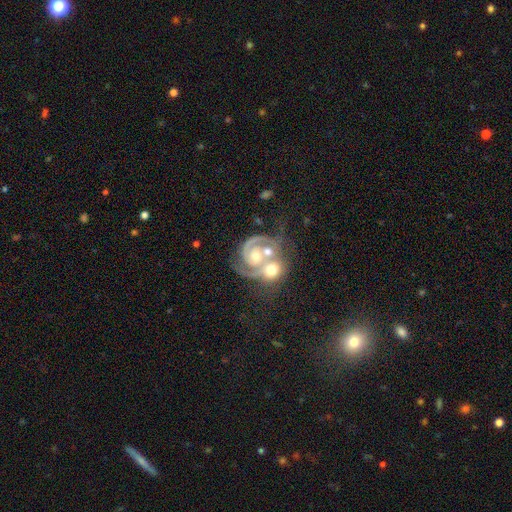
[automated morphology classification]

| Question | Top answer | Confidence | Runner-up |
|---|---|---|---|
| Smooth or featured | featured or disk | 86% | smooth (9%) |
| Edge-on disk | no | 98% | yes (2%) |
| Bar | no | 71% | weak (22%) |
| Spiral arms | yes | 95% | no (5%) |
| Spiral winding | tight | 55% | medium (36%) |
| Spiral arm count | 2 | 73% | 1 (11%) |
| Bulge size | moderate | 58% | small (30%) |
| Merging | merger | 64% | none (20%) |